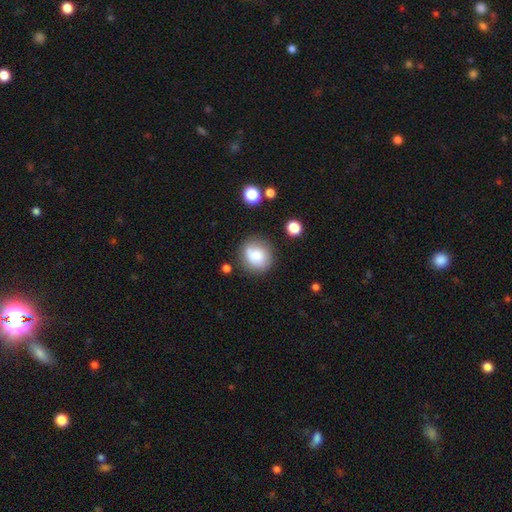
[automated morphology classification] A smooth galaxy with no disk features (76%) that is round (80%). Merging: none (72%).